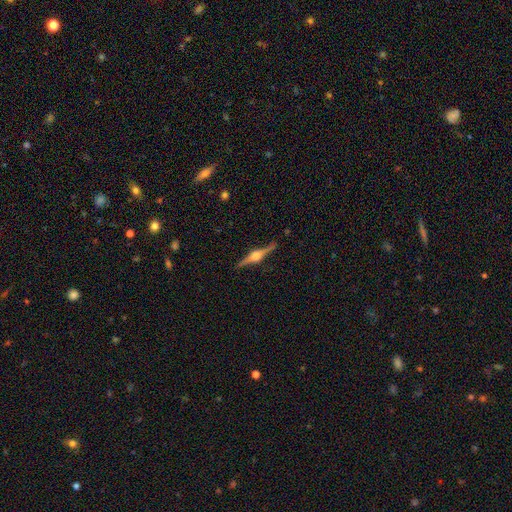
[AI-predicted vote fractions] A featured or disk galaxy (86%) viewed edge-on (98%) with a rounded central bulge (92%).

Vote fractions:
- Smooth or featured? featured or disk: 86% / smooth: 9% / star or artifact: 5%
- Edge-on disk? yes: 98% / no: 2%
- Edge-on bulge? rounded: 92% / boxy: 6% / none: 2%
- Merging? none: 90% / minor disturbance: 8% / major disturbance: 2% / merger: 1%